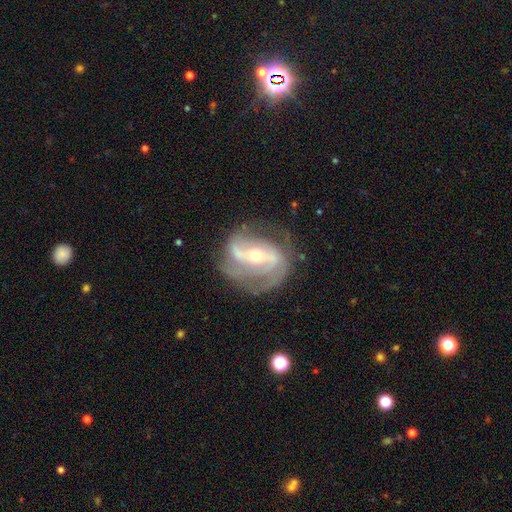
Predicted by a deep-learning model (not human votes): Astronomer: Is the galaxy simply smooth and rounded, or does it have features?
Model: featured or disk — 87%.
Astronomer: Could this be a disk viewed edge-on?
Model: no — 96%.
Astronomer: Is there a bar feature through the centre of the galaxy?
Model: strong — 47% (runner-up: weak, 32%).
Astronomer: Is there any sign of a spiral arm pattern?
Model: yes — 93%.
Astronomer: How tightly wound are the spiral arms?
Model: medium — 46% (runner-up: loose, 28%).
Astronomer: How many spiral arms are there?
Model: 2 — 68%.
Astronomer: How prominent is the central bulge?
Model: small — 53% (runner-up: moderate, 44%).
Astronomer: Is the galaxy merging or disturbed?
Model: none — 64%.